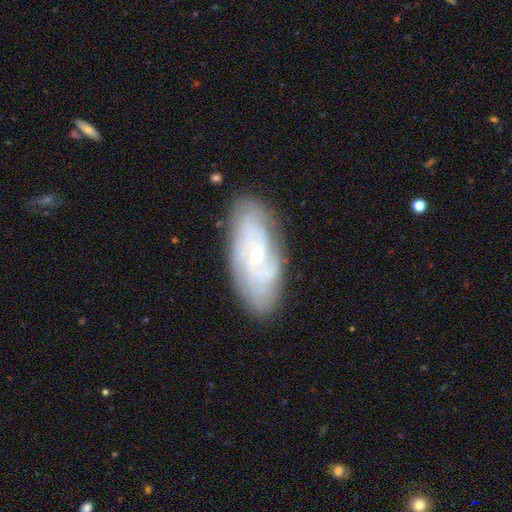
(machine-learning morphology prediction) featured or disk 75%, smooth 18%, star or artifact 7%. Down the decision tree: edge-on disk — no (92%); bar — no (64%); spiral arms — yes (92%); spiral arm count — can't tell (43%); spiral winding — tight (61%); bulge size — small (73%); merging — none (79%).